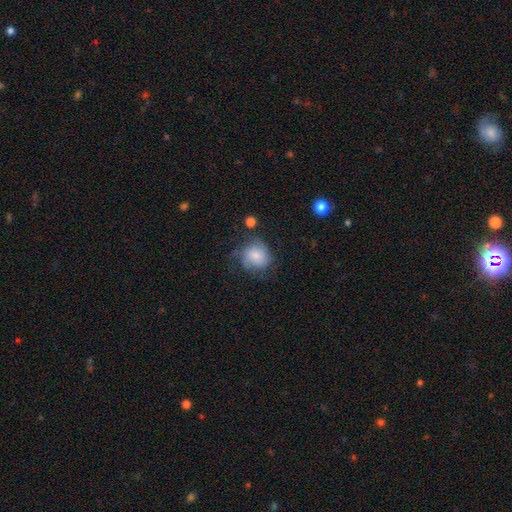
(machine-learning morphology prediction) Smooth or featured: smooth — 64% (featured or disk — 27%)
How rounded: round — 78% (in between — 21%)
Merging: none — 50% (minor disturbance — 27%)